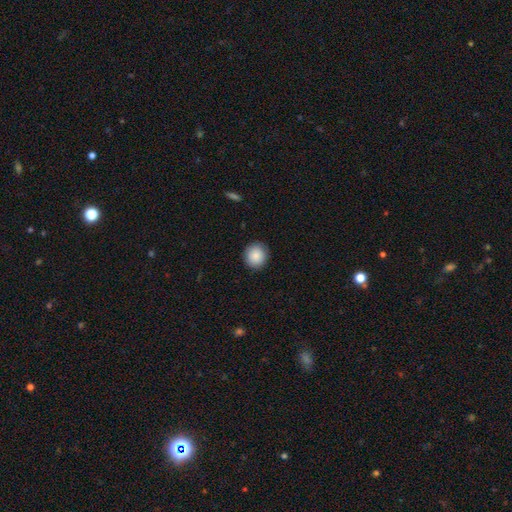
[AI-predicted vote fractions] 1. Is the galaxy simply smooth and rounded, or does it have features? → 88% smooth, 7% star or artifact, 5% featured or disk.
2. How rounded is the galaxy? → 88% round, 11% in between, 1% cigar-shaped.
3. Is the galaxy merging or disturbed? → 89% none, 8% minor disturbance, 2% major disturbance, 1% merger.